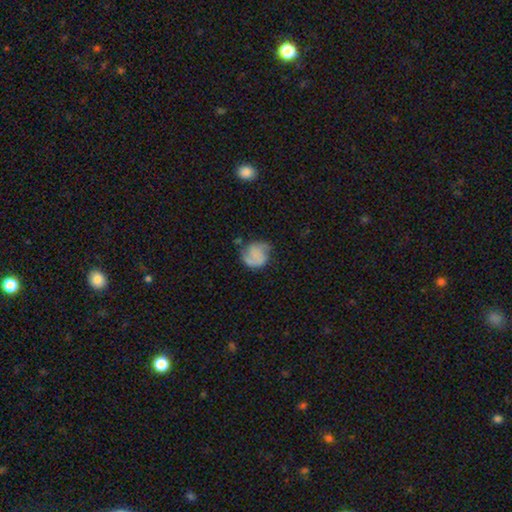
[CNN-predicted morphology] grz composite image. It shows a featured or disk galaxy (53%) with no bar (68%), spiral arms (86%) and no central bulge (59%). Merging: none (57%).